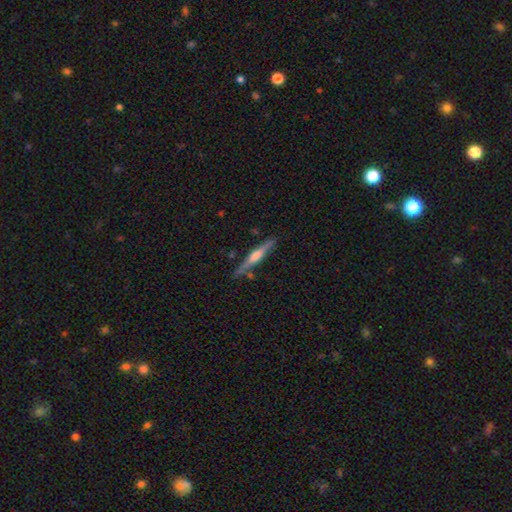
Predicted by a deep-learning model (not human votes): Overall: featured or disk (69%). Edge-on disk: yes (97%). Edge-on bulge: rounded (80%). Merging: none (83%).